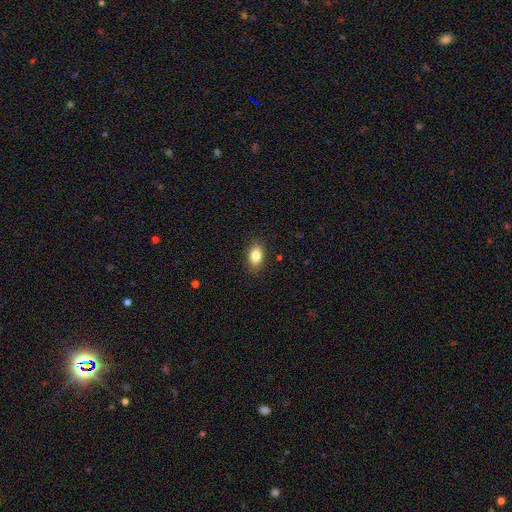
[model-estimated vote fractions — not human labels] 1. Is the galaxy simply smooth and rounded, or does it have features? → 84% smooth, 8% featured or disk, 8% star or artifact.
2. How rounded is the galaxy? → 88% in between, 10% round, 2% cigar-shaped.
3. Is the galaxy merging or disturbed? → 88% none, 9% minor disturbance, 2% major disturbance, 1% merger.